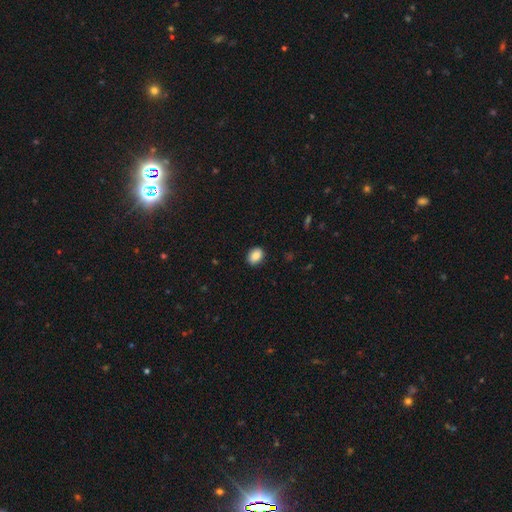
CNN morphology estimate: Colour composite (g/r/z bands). It shows a smooth galaxy with no disk features (86%) that is in between round and cigar-shaped (61%). Merging: none (89%).